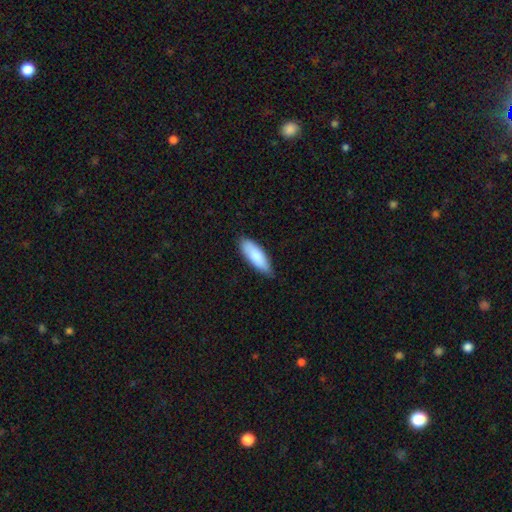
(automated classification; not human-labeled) Smooth or featured? Predicted: smooth (p=0.85). How rounded? Predicted: in between (p=0.64). Merging? Predicted: none (p=0.78).